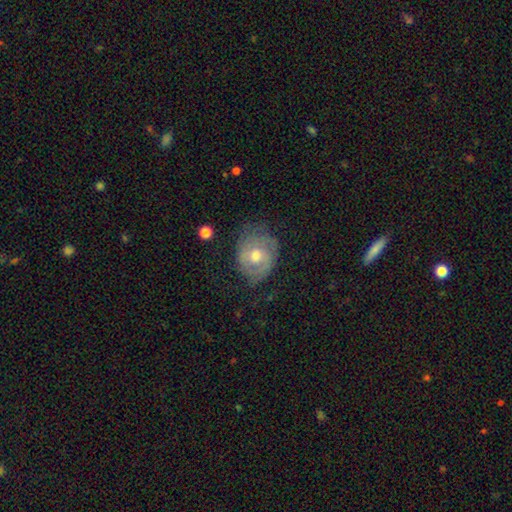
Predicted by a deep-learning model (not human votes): smooth-or-featured: featured or disk: 56% | smooth: 37% | star or artifact: 7%
  disk-edge-on: no: 96% | yes: 4%
    bar: no: 71% | weak: 25% | strong: 4%
    has-spiral-arms: yes: 69% | no: 31%
    bulge-size: moderate: 74% | small: 12% | large: 11% | none: 1% | dominant: 1%
  merging: none: 58% | minor disturbance: 27% | major disturbance: 13% | merger: 1%